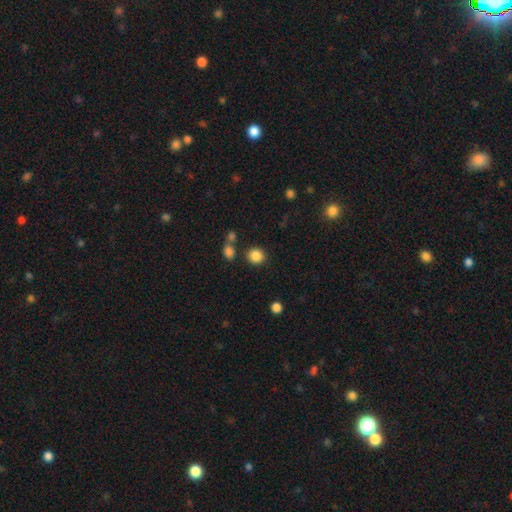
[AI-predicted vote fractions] This appears to be a smooth galaxy with no disk features (85%) that is round (85%). Merging: none (81%).